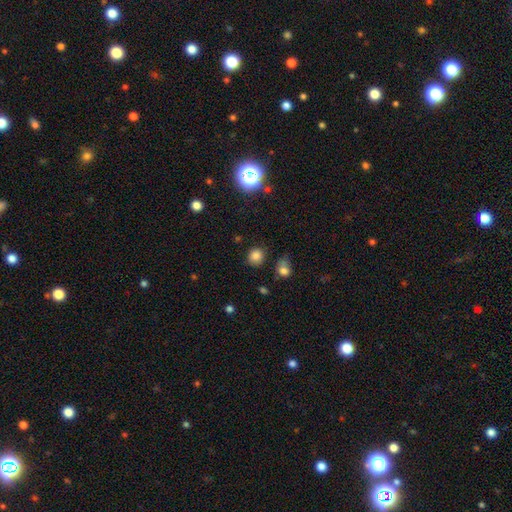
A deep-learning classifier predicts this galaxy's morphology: smooth 81%, star or artifact 14%, featured or disk 5%. Down the decision tree: how rounded — round (82%); merging — none (79%).